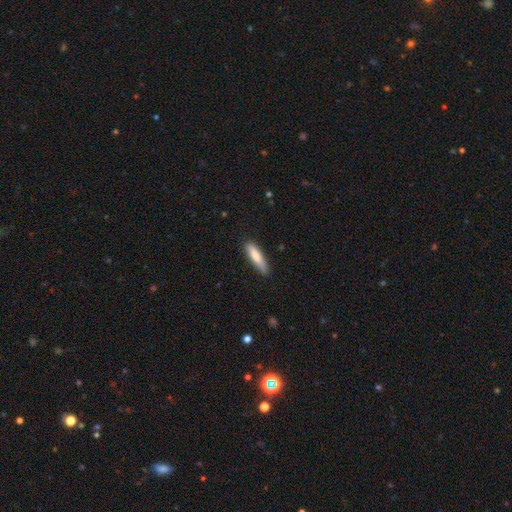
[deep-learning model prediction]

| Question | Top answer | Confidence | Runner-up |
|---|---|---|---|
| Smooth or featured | smooth | 80% | featured or disk (14%) |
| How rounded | cigar-shaped | 76% | in between (23%) |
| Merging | none | 78% | minor disturbance (18%) |